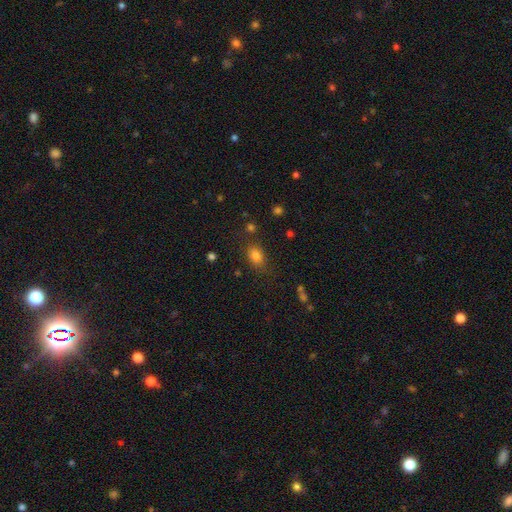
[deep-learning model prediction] A smooth galaxy with no disk features (80%) that is in between round and cigar-shaped (74%).

Vote fractions:
- Smooth or featured? smooth: 80% / star or artifact: 12% / featured or disk: 8%
- How rounded? in between: 74% / round: 23% / cigar-shaped: 2%
- Merging? none: 73% / minor disturbance: 17% / major disturbance: 6% / merger: 4%